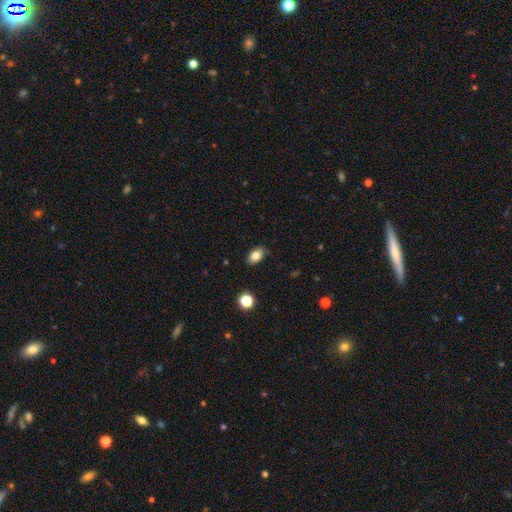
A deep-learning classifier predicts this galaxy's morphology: Overall: smooth (83%). How rounded: in between (88%). Merging: none (83%).